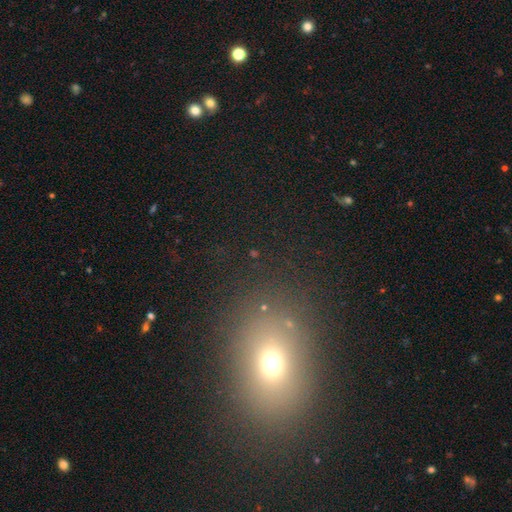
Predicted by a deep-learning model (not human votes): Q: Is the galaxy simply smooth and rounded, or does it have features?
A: smooth — 60%.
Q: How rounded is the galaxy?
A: in between — 59%.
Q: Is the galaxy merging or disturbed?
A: none — 85%.